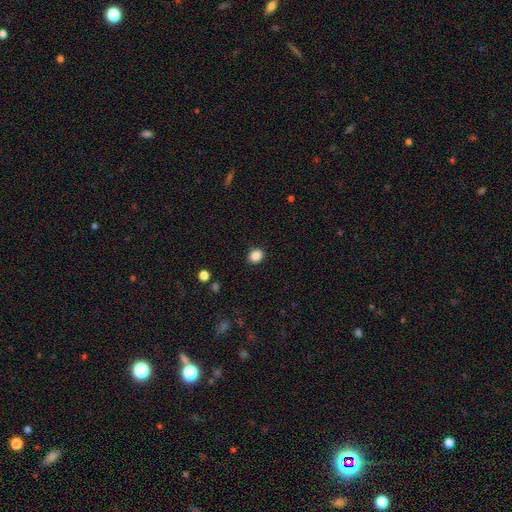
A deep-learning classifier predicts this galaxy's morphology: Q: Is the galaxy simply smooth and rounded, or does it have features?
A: smooth — 87%.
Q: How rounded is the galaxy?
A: round — 61%.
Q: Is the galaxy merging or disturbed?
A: none — 90%.